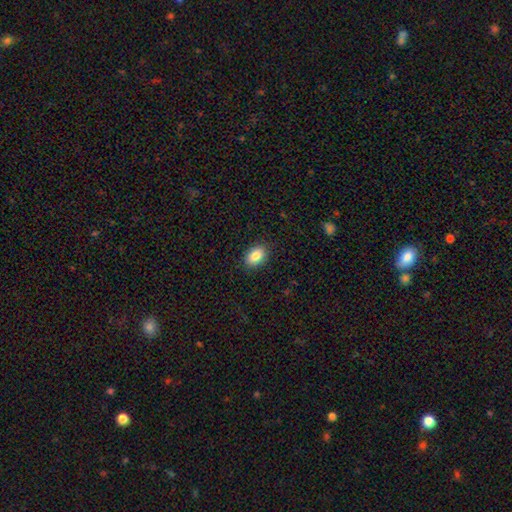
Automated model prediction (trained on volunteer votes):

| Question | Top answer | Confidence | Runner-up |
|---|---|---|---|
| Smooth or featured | smooth | 85% | star or artifact (8%) |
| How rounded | in between | 83% | round (16%) |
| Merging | none | 89% | minor disturbance (8%) |